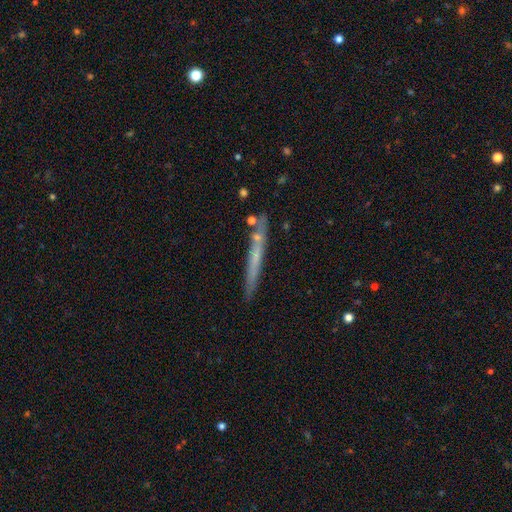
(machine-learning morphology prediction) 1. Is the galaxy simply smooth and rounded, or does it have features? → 47% featured or disk, 45% smooth, 8% star or artifact.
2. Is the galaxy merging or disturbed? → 82% none, 12% minor disturbance, 4% merger, 2% major disturbance.